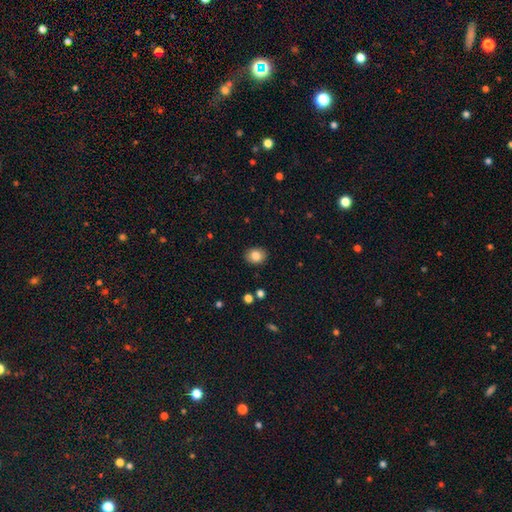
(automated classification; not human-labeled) This appears to be a smooth galaxy with no disk features (84%) that is in between round and cigar-shaped (52%). Merging: none (89%).